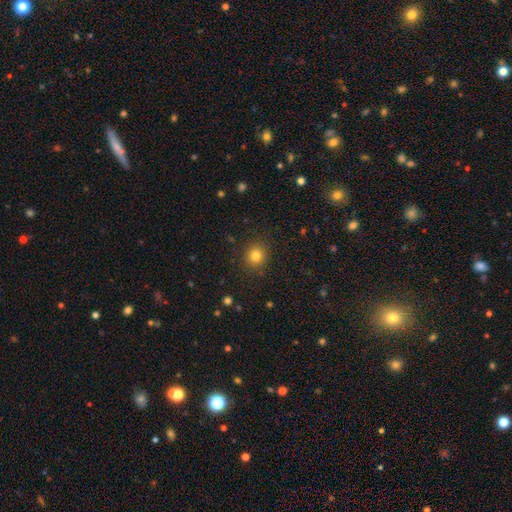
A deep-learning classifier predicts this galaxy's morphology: This appears to be a smooth galaxy with no disk features (81%) that is round (88%). Merging: none (89%).